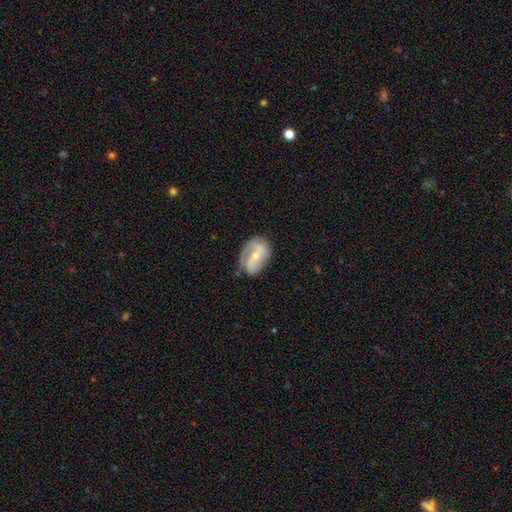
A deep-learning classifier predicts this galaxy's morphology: smooth_or_featured: featured or disk (p=0.70) [alt: smooth p=0.24]
disk_edge_on: no (p=0.96) [alt: yes p=0.04]
bar: no (p=0.39) [alt: weak p=0.38]
has_spiral_arms: yes (p=0.84) [alt: no p=0.16]
spiral_winding: medium (p=0.41) [alt: loose p=0.33]
spiral_arm_count: 2 (p=0.70) [alt: 1 p=0.14]
bulge_size: small (p=0.54) [alt: moderate p=0.42]
merging: none (p=0.59) [alt: minor disturbance p=0.27]